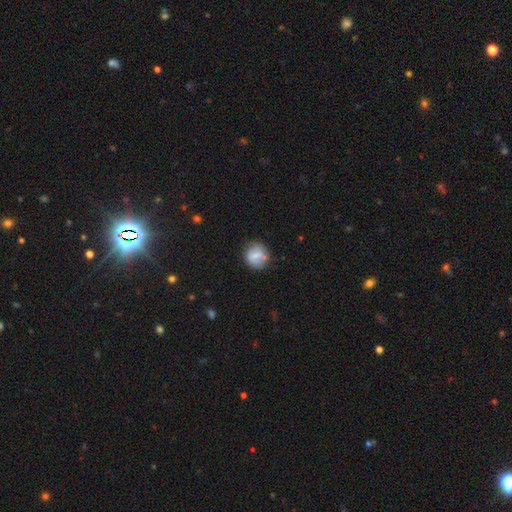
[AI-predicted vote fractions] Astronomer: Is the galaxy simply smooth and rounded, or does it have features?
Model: smooth — 62%.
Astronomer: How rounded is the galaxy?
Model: round — 84%.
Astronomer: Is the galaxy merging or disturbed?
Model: none — 69%.